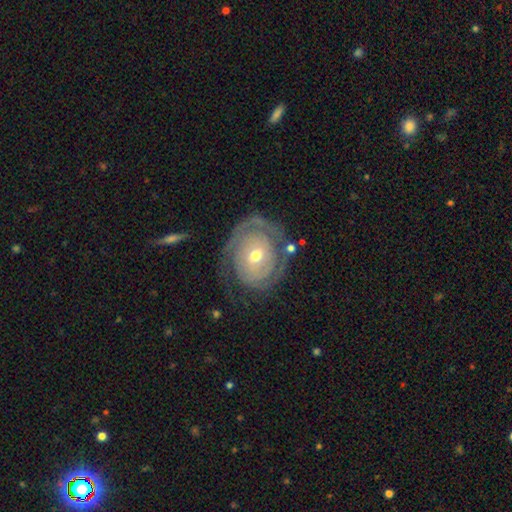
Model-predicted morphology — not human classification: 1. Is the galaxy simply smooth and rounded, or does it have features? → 83% featured or disk, 12% smooth, 5% star or artifact.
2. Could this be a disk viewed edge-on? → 97% no, 3% yes.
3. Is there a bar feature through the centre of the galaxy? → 66% no, 25% weak, 8% strong.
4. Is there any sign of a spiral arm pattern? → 90% yes, 10% no.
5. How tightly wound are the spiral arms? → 74% tight, 19% medium, 7% loose.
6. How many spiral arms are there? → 54% 2, 23% can't tell, 8% 3, 8% 1, 3% 4, 3% more than 4.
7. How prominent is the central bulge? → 56% moderate, 39% small, 3% large, 1% dominant, 1% none.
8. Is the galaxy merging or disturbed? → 68% none, 17% minor disturbance, 11% major disturbance, 3% merger.